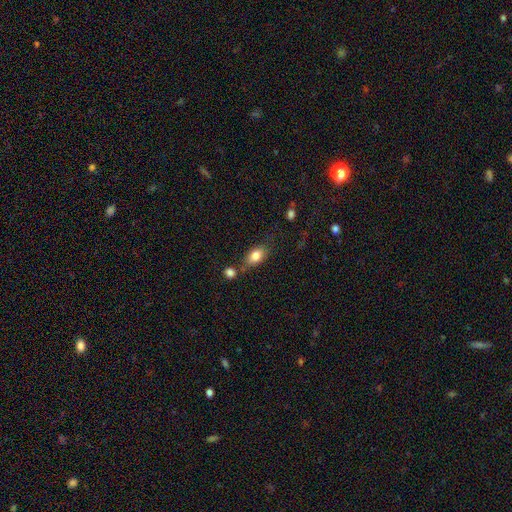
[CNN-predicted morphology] Overall: smooth (81%). How rounded: in between (84%). Merging: none (61%).